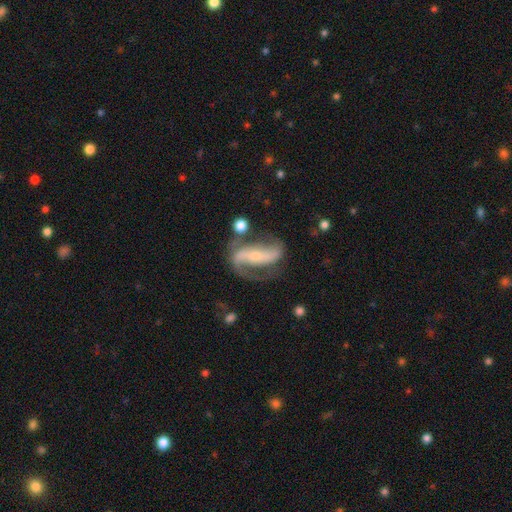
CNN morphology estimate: featured or disk 86%, smooth 8%, star or artifact 5%. Down the decision tree: edge-on disk — no (94%); bar — strong (62%); spiral arms — yes (95%); spiral arm count — 2 (89%); spiral winding — medium (42%); bulge size — small (66%); merging — none (64%).